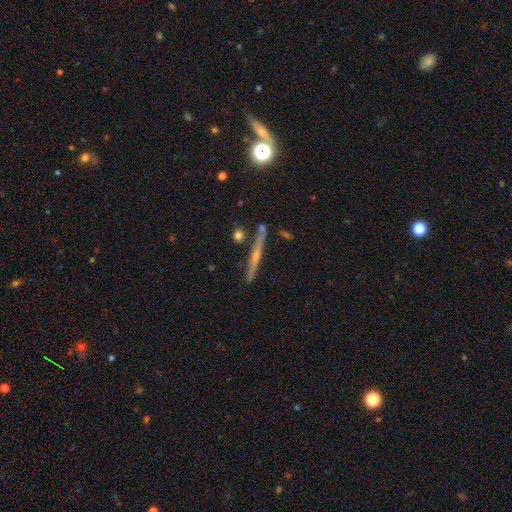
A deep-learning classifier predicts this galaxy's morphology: The model was most divided on "edge-on bulge": rounded: 74%, none: 21%, boxy: 5%. More confident: edge-on disk — yes (97%); merging — none (86%); smooth or featured — featured or disk (74%).